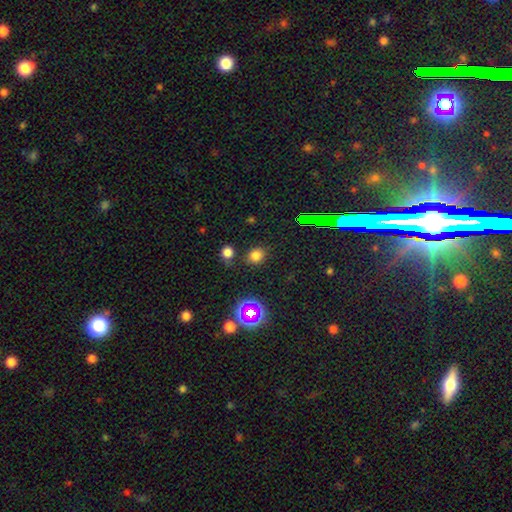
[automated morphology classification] Smooth or featured? smooth (77%)
How rounded? round (71%)
Merging? none (80%)